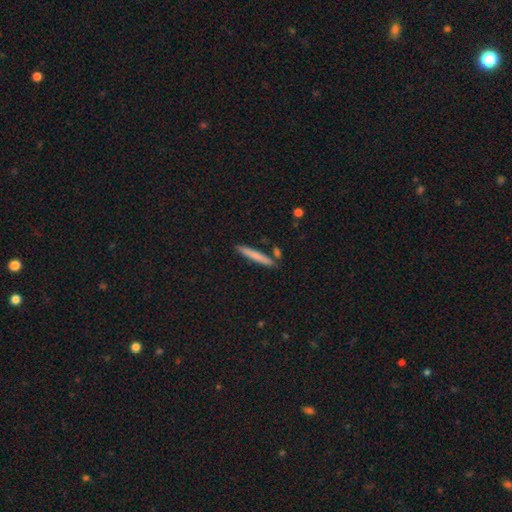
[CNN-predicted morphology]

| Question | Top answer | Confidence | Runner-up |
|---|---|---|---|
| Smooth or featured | smooth | 71% | featured or disk (23%) |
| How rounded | cigar-shaped | 95% | in between (3%) |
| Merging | none | 84% | minor disturbance (9%) |